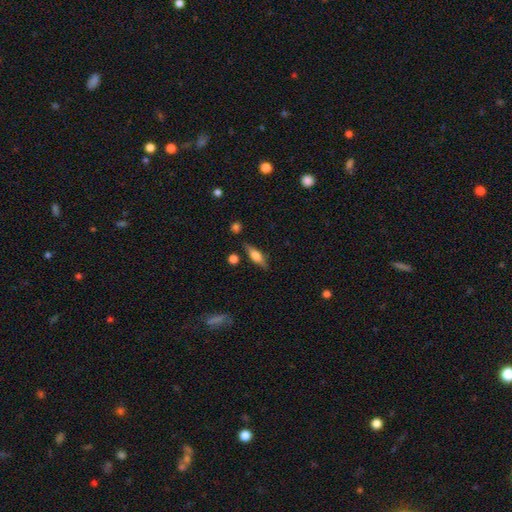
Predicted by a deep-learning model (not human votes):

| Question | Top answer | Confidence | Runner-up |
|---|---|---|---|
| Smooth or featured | featured or disk | 48% | smooth (44%) |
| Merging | none | 82% | minor disturbance (12%) |